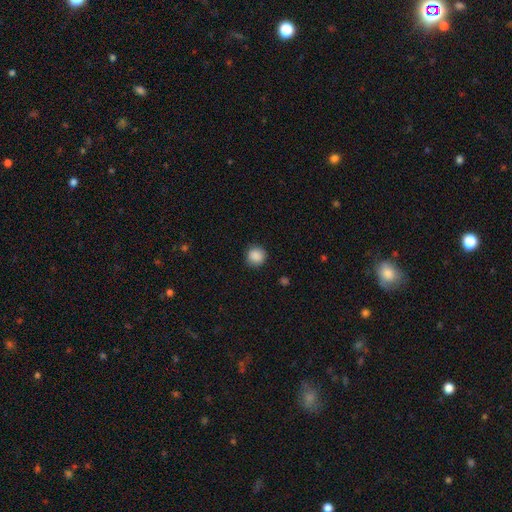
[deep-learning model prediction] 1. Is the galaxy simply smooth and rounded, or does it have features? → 88% smooth, 9% star or artifact, 3% featured or disk.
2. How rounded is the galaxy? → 93% round, 6% in between, 1% cigar-shaped.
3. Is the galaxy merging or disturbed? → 89% none, 8% minor disturbance, 2% major disturbance, 1% merger.